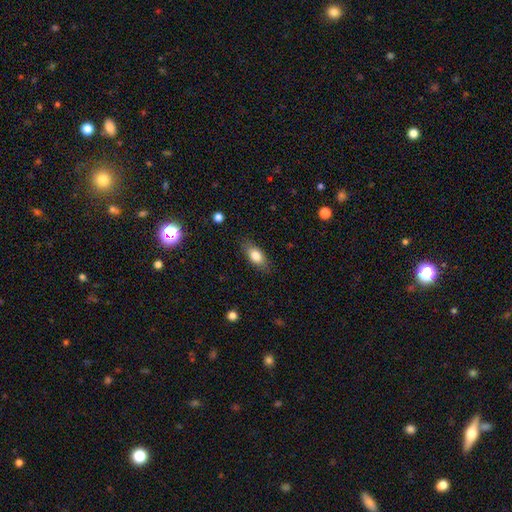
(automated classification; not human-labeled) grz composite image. It shows a smooth galaxy with no disk features (80%) that is in between round and cigar-shaped (84%). Merging: none (83%).